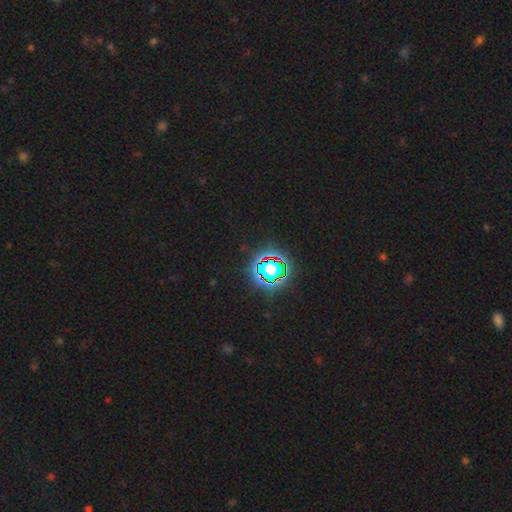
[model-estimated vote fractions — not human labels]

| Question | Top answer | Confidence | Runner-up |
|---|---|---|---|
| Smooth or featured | star or artifact | 81% | smooth (12%) |